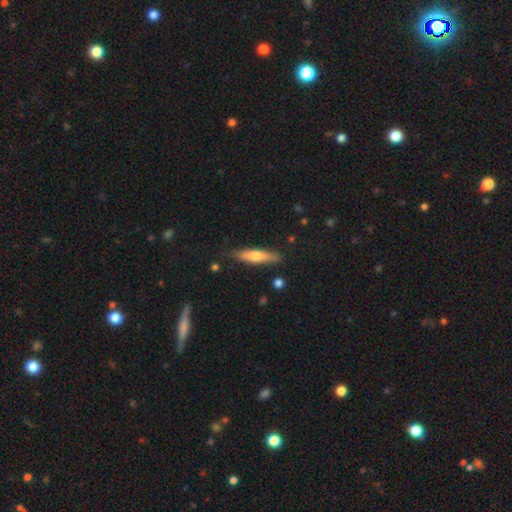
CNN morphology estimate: Smooth or featured? smooth (53%)
How rounded? cigar-shaped (78%)
Merging? none (83%)